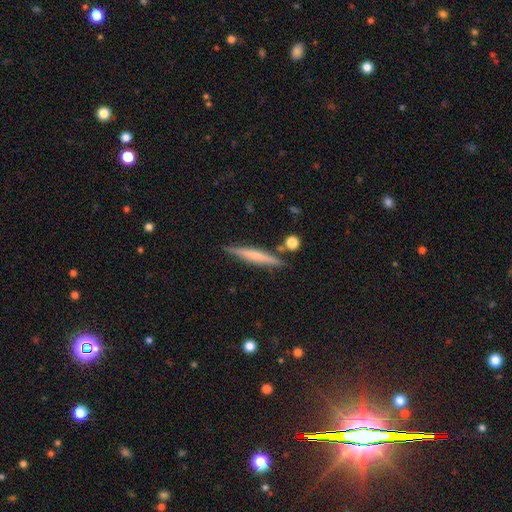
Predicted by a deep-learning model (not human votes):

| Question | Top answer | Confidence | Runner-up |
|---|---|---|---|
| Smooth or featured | smooth | 48% | featured or disk (45%) |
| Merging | none | 85% | minor disturbance (9%) |